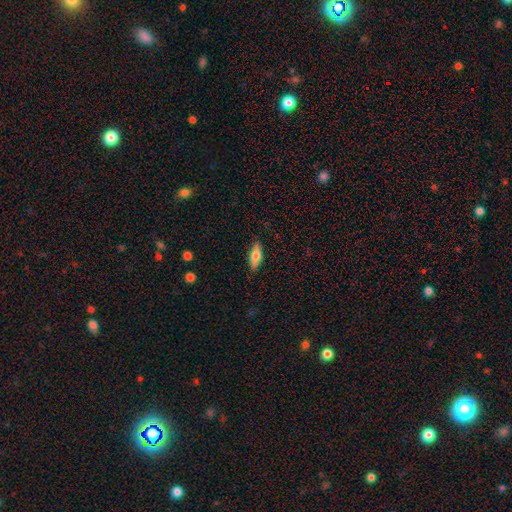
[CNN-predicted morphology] This appears to be a smooth galaxy with no disk features (66%) that is in between round and cigar-shaped (61%). Merging: none (87%).